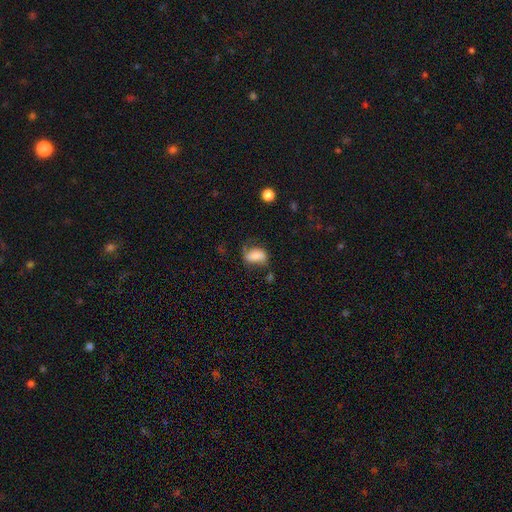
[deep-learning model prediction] Smooth or featured?
  - smooth: 55% *
  - featured or disk: 36%
  - star or artifact: 9%
How rounded?
  - in between: 86% *
  - round: 12%
  - cigar-shaped: 3%
Merging?
  - none: 48% *
  - minor disturbance: 28%
  - major disturbance: 19%
  - merger: 5%